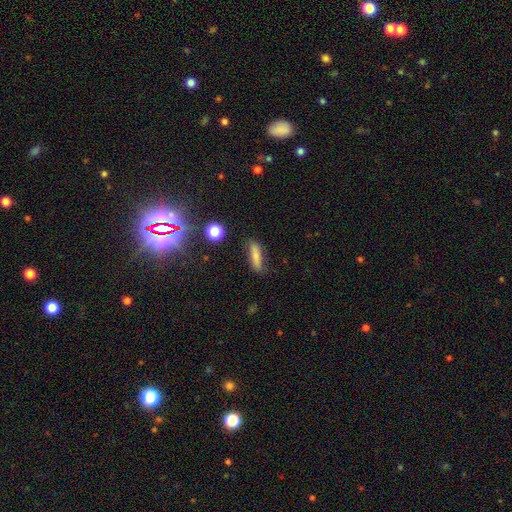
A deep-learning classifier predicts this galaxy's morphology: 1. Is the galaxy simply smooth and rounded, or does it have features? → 78% smooth, 12% featured or disk, 10% star or artifact.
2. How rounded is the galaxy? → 67% cigar-shaped, 29% in between, 4% round.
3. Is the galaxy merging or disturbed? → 78% none, 16% minor disturbance, 4% major disturbance, 3% merger.